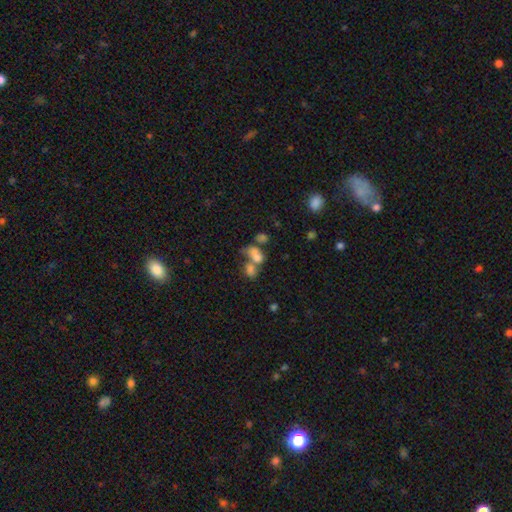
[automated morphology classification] Smooth or featured? smooth (65%)
How rounded? in between (64%)
Merging? merger (63%)